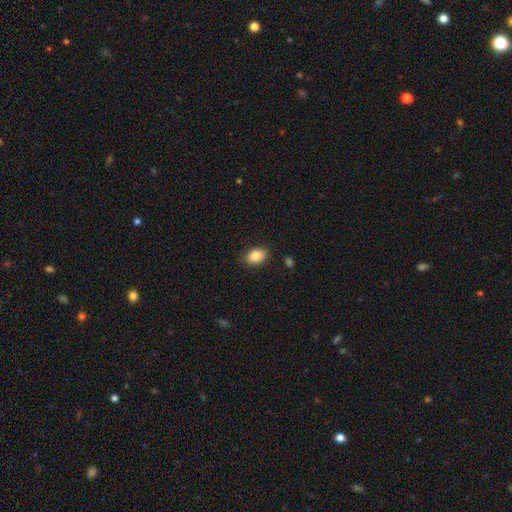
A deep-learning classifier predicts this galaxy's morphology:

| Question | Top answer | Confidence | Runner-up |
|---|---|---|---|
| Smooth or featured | smooth | 86% | star or artifact (8%) |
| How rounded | in between | 87% | round (12%) |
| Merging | none | 86% | minor disturbance (11%) |